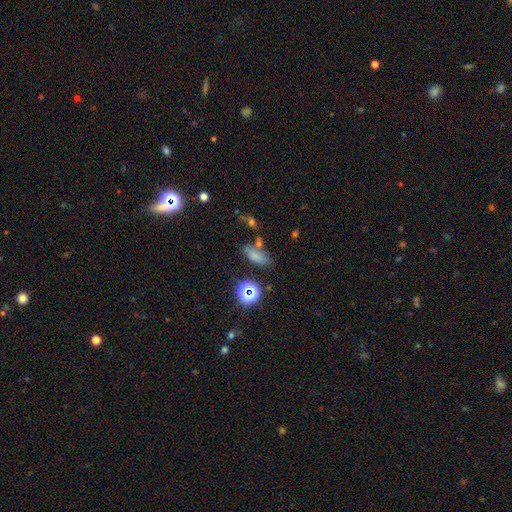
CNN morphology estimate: Q: Smooth or featured?
A: smooth (68%); runner-up: star or artifact (20%)
Q: How rounded?
A: in between (76%); runner-up: cigar-shaped (15%)
Q: Merging?
A: none (58%); runner-up: minor disturbance (19%)